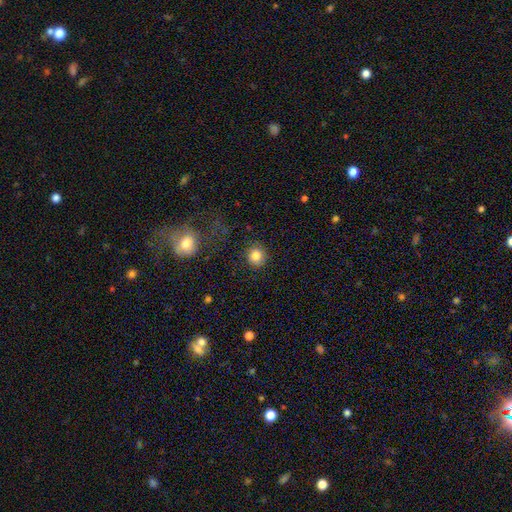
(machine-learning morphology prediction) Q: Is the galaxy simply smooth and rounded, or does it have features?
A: smooth — 84%.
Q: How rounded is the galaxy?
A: round — 87%.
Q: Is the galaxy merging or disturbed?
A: none — 87%.